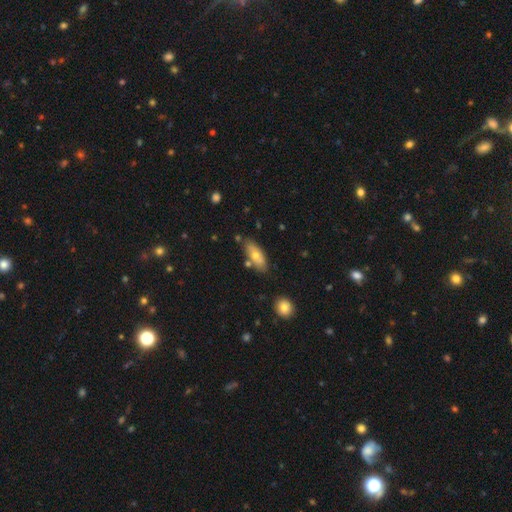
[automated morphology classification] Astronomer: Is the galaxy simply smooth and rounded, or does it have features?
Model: smooth — 64%.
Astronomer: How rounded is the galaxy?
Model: in between — 75%.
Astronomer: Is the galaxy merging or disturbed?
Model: none — 75%.